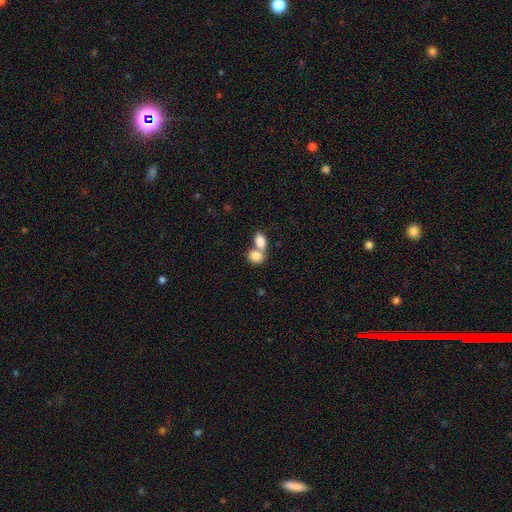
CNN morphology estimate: This appears to be a smooth galaxy with no disk features (83%) that is in between round and cigar-shaped (71%). Merging: merger (65%).